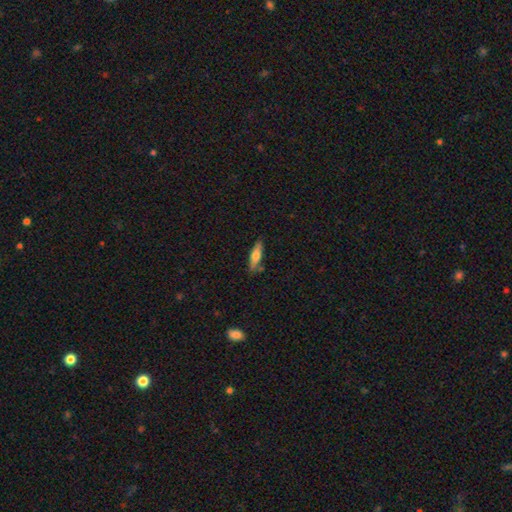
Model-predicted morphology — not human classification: Smooth or featured?
  - smooth: 63% *
  - featured or disk: 31%
  - star or artifact: 6%
How rounded?
  - cigar-shaped: 63% *
  - in between: 35%
  - round: 2%
Merging?
  - none: 77% *
  - minor disturbance: 16%
  - merger: 4%
  - major disturbance: 3%